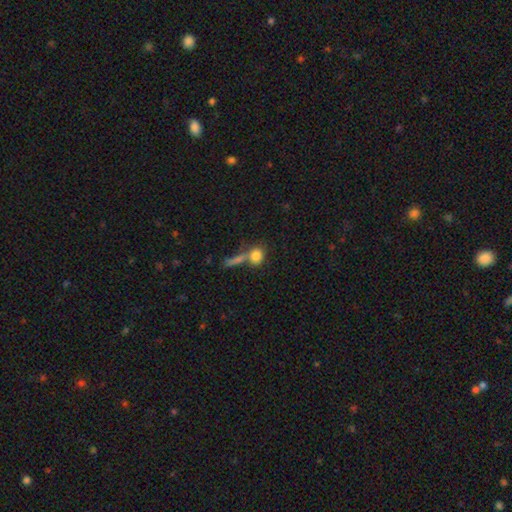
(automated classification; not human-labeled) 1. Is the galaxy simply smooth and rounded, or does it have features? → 80% smooth, 10% featured or disk, 10% star or artifact.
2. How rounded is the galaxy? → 66% round, 28% in between, 6% cigar-shaped.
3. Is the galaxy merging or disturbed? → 48% none, 33% merger, 11% minor disturbance, 8% major disturbance.